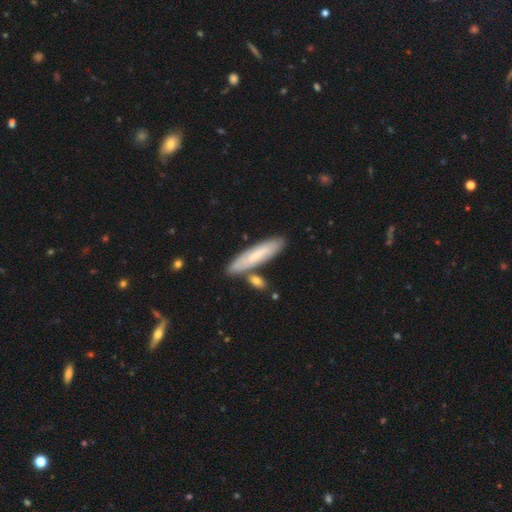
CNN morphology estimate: smooth_or_featured: smooth (p=0.68) [alt: featured or disk p=0.27]
how_rounded: cigar-shaped (p=0.79) [alt: in between p=0.20]
merging: none (p=0.77) [alt: minor disturbance p=0.11]